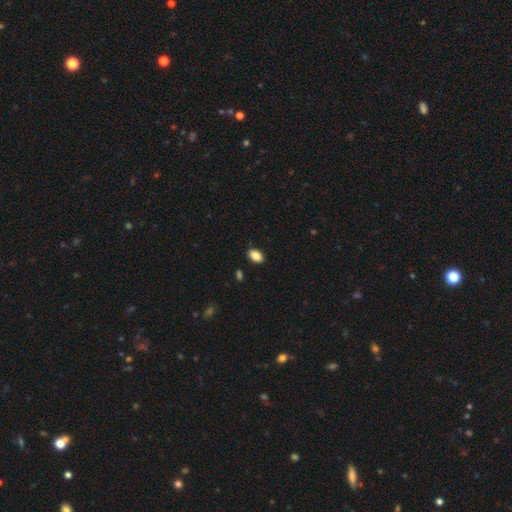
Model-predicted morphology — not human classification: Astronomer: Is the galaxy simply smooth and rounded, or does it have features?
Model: smooth — 86%.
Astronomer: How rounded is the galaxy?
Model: in between — 90%.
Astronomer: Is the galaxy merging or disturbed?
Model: none — 88%.